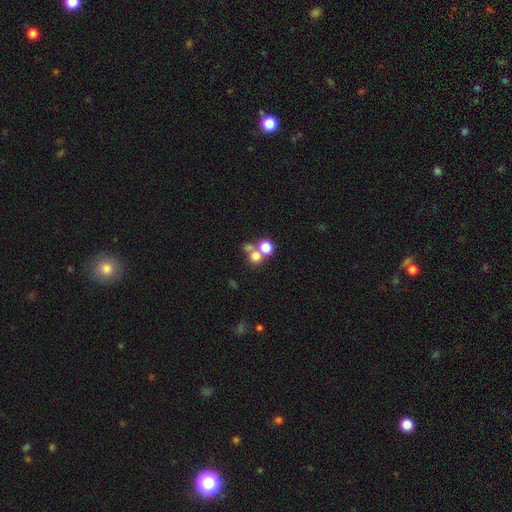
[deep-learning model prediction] Smooth or featured? Predicted: smooth (p=0.70). How rounded? Predicted: round (p=0.84). Merging? Predicted: merger (p=0.46).